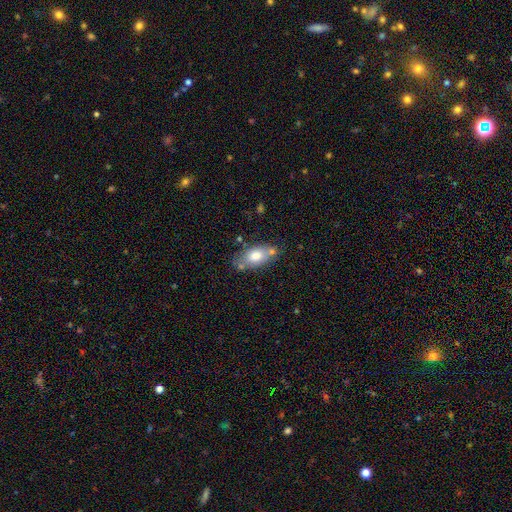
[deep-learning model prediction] Q: Smooth or featured?
A: smooth (71%); runner-up: featured or disk (22%)
Q: How rounded?
A: in between (89%); runner-up: round (6%)
Q: Merging?
A: none (61%); runner-up: minor disturbance (21%)